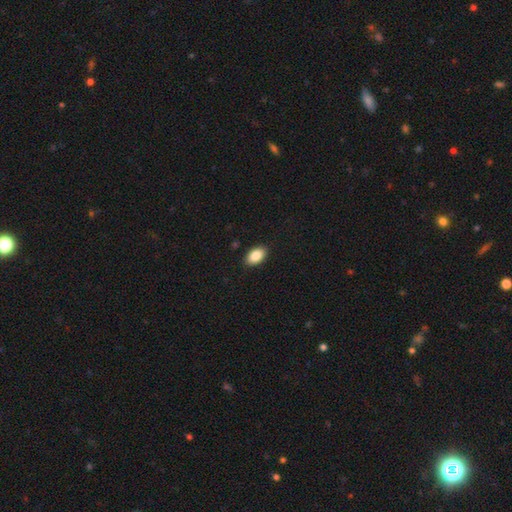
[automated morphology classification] A smooth galaxy with no disk features (87%) that is in between round and cigar-shaped (92%). Merging: none (89%).